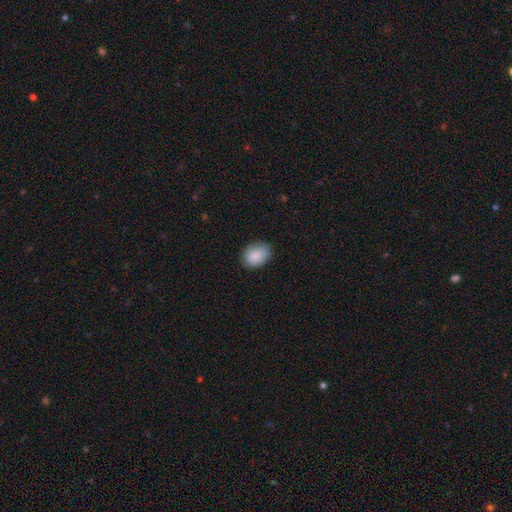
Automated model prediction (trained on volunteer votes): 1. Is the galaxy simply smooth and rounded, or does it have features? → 89% smooth, 7% star or artifact, 4% featured or disk.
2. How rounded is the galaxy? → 75% in between, 24% round, 1% cigar-shaped.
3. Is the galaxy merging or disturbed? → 78% none, 18% minor disturbance, 3% major disturbance, 1% merger.